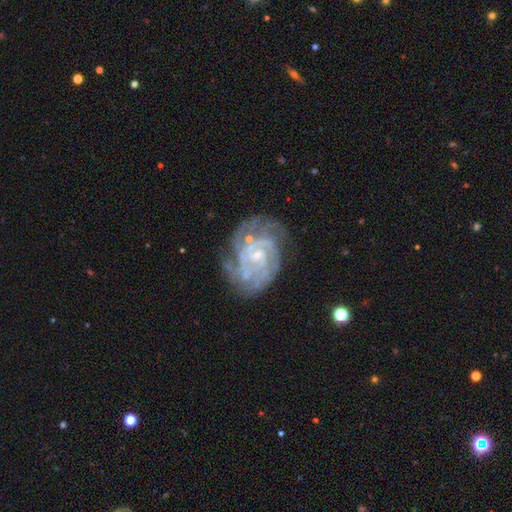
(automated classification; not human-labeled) The model was most divided on "spiral arm count": can't tell: 27%, 3: 23%, 2: 19%, 4: 18%, more than 4: 7%, 1: 6%. More confident: edge-on disk — no (98%); spiral arms — yes (96%); smooth or featured — featured or disk (88%); bulge size — small (70%); spiral winding — tight (66%); merging — none (64%); bar — no (54%).